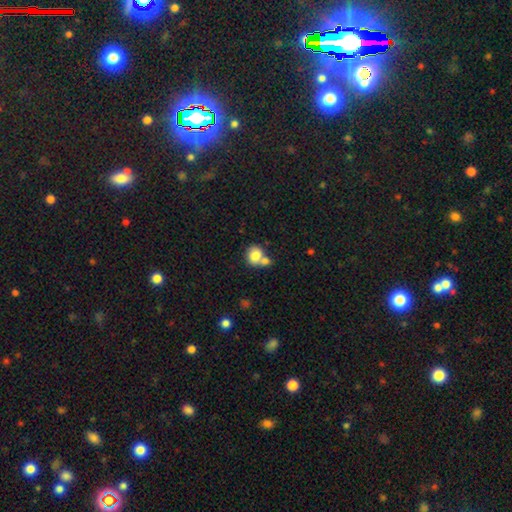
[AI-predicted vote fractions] smooth 81%, featured or disk 11%, star or artifact 8%. Down the decision tree: how rounded — round (72%); merging — merger (48%).